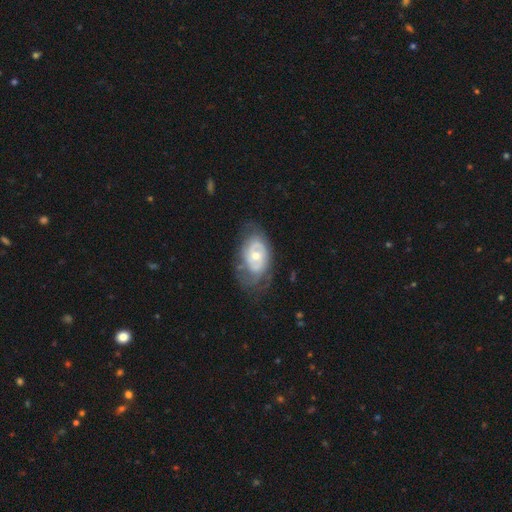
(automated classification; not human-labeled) A featured or disk galaxy (76%) with no bar (72%), tight (59%) spiral arms (78%) and a moderate central bulge (56%).

Vote fractions:
- Smooth or featured? featured or disk: 76% / smooth: 18% / star or artifact: 5%
- Edge-on disk? no: 95% / yes: 5%
- Bar? no: 72% / weak: 23% / strong: 5%
- Spiral arms? yes: 78% / no: 22%
- Spiral winding? tight: 59% / medium: 29% / loose: 12%
- Spiral arm count? can't tell: 41% / 2: 40% / 3: 8% / 1: 6% / 4: 3% / more than 4: 2%
- Bulge size? moderate: 56% / small: 40% / large: 3% / none: 1% / dominant: 1%
- Merging? none: 58% / minor disturbance: 25% / major disturbance: 15% / merger: 2%